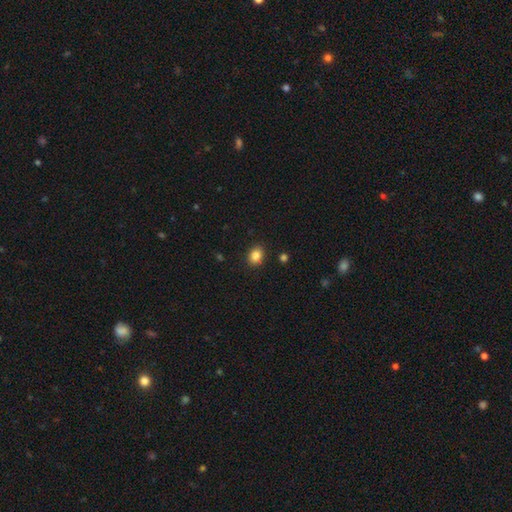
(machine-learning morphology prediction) This is clearly a smooth galaxy (84%). How rounded: possibly round (52%). Merging: clearly none (87%).